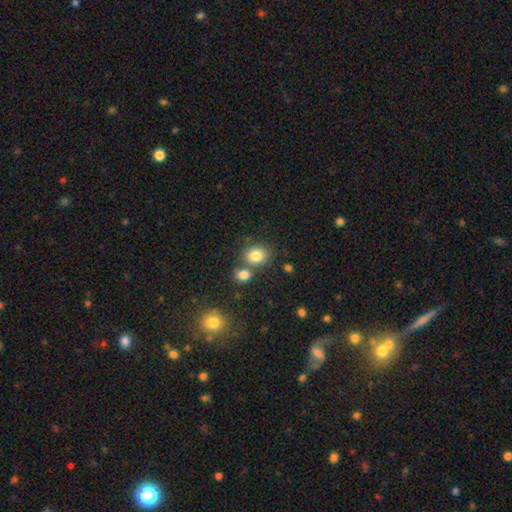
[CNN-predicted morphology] This appears to be a smooth galaxy with no disk features (82%) that is round (62%). Merging: none (59%).